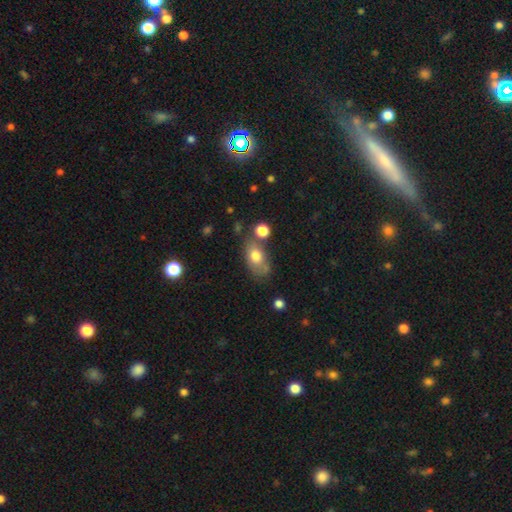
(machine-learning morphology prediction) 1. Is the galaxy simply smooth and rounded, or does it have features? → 70% smooth, 21% featured or disk, 9% star or artifact.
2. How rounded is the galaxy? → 83% in between, 14% round, 3% cigar-shaped.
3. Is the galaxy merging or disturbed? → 51% none, 23% minor disturbance, 15% merger, 10% major disturbance.